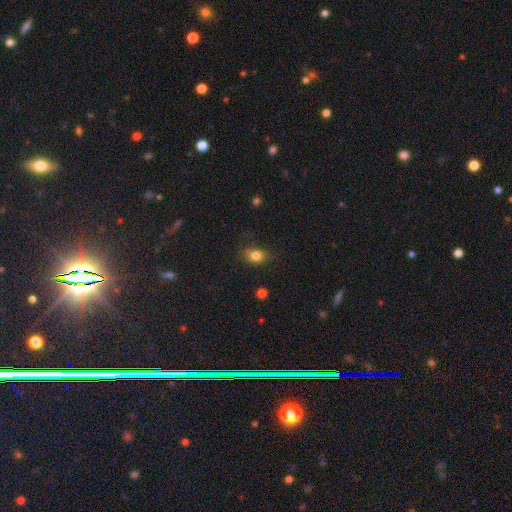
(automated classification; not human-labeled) This is clearly a smooth galaxy (82%). How rounded: possibly in between (57%). Merging: likely none (73%).